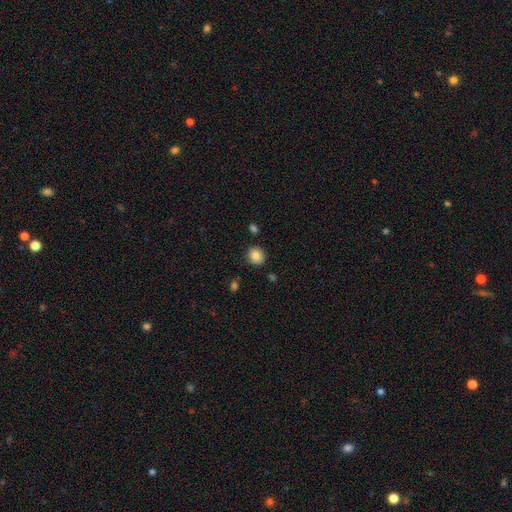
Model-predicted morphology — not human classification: Smooth or featured?
  - smooth: 85% *
  - star or artifact: 9%
  - featured or disk: 6%
How rounded?
  - round: 81% *
  - in between: 18%
  - cigar-shaped: 1%
Merging?
  - none: 85% *
  - minor disturbance: 10%
  - merger: 3%
  - major disturbance: 2%